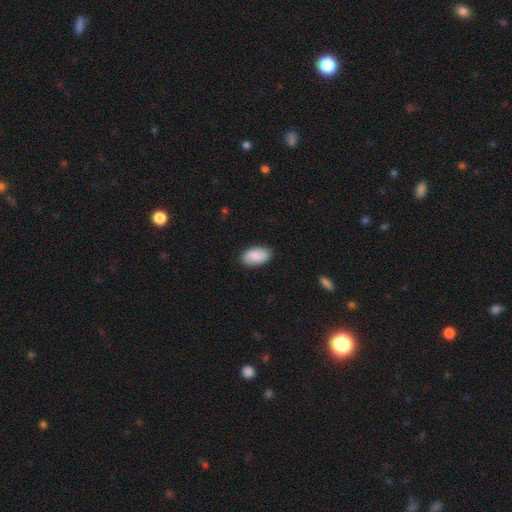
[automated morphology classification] smooth 83%, featured or disk 11%, star or artifact 6%. Down the decision tree: how rounded — in between (94%); merging — none (86%).